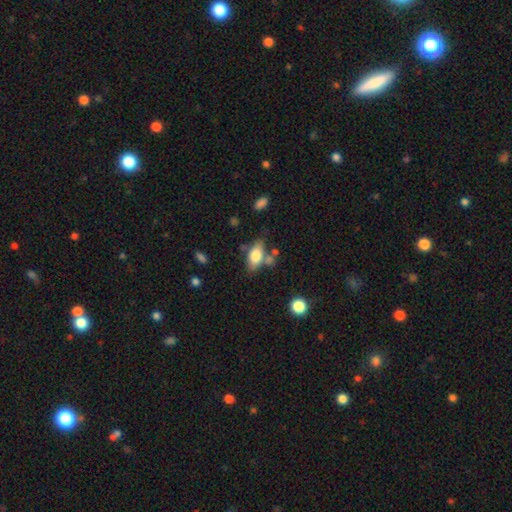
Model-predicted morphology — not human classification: A smooth galaxy with no disk features (72%) that is in between round and cigar-shaped (84%). Merging: none (63%).